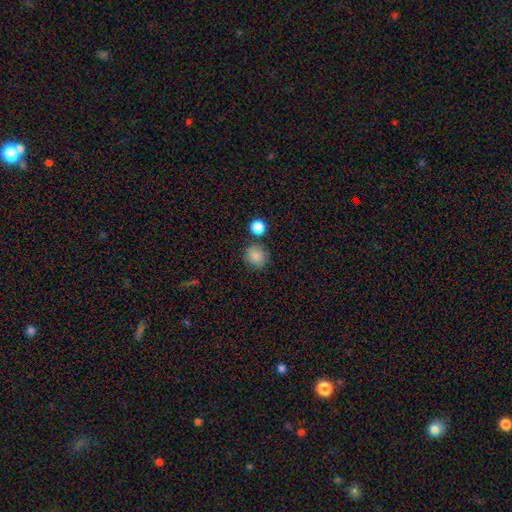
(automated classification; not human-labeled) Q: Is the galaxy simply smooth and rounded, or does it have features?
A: smooth — 85%.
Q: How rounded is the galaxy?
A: round — 88%.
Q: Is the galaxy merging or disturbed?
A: none — 80%.